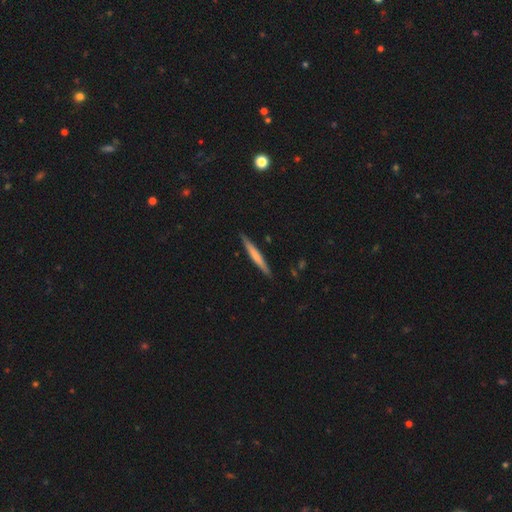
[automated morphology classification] This appears to be a smooth galaxy with no disk features (56%) that is cigar-shaped (96%). Merging: none (90%).